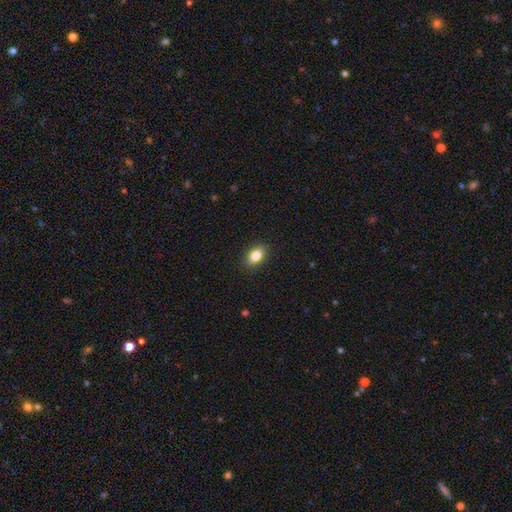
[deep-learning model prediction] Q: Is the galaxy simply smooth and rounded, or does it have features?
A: smooth — 83%.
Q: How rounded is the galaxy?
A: in between — 84%.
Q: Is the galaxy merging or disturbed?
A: none — 89%.